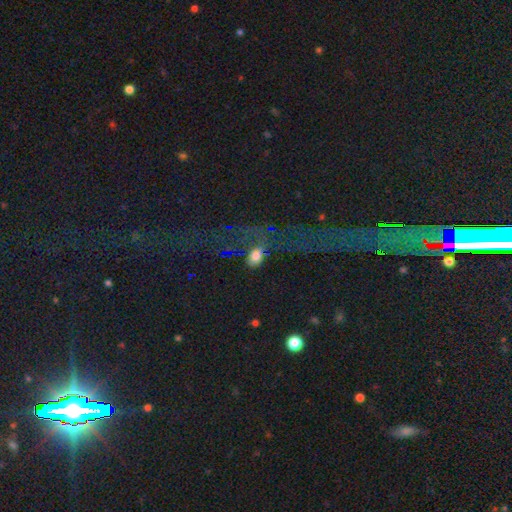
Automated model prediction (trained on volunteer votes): Smooth or featured? Predicted: smooth (p=0.56). How rounded? Predicted: in between (p=0.63). Merging? Predicted: none (p=0.56).